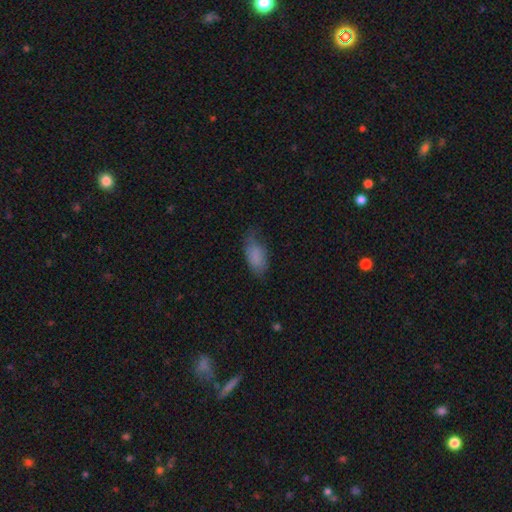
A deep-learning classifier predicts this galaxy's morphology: Q: Smooth or featured?
A: smooth (82%); runner-up: featured or disk (10%)
Q: How rounded?
A: in between (91%); runner-up: cigar-shaped (6%)
Q: Merging?
A: none (55%); runner-up: minor disturbance (32%)